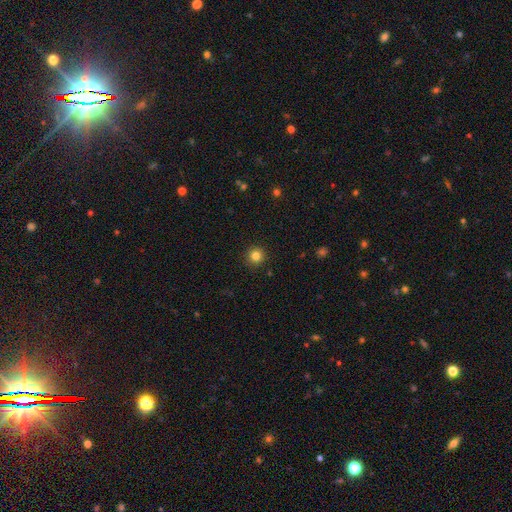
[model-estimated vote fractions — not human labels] This is clearly a smooth galaxy (83%). How rounded: clearly round (95%). Merging: clearly none (92%).